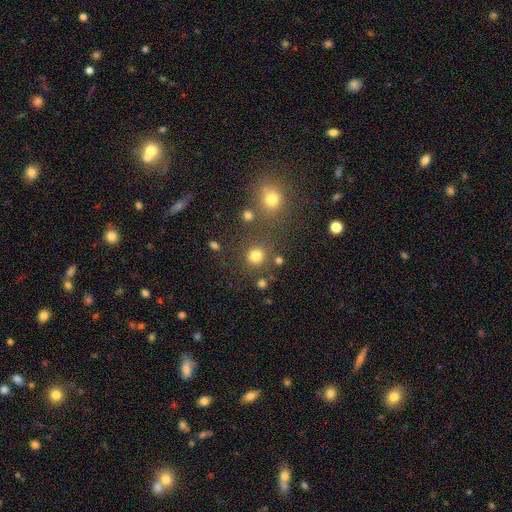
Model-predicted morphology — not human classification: Smooth or featured? Predicted: smooth (p=0.79). How rounded? Predicted: round (p=0.92). Merging? Predicted: none (p=0.79).